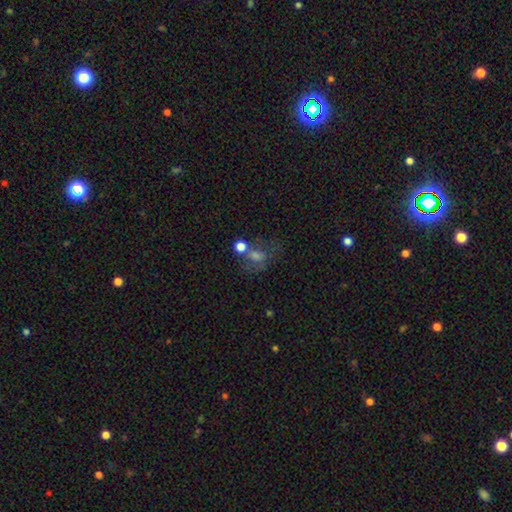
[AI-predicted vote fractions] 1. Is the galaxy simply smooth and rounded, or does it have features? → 48% smooth, 27% featured or disk, 24% star or artifact.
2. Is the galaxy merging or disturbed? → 43% none, 20% merger, 19% major disturbance, 18% minor disturbance.